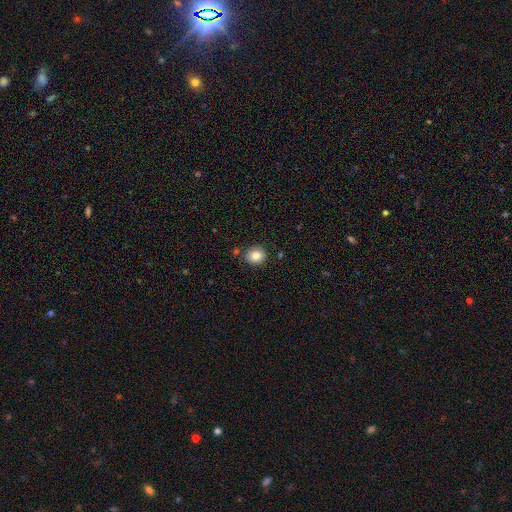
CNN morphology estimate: This is clearly a smooth galaxy (83%). How rounded: likely round (79%). Merging: clearly none (82%).